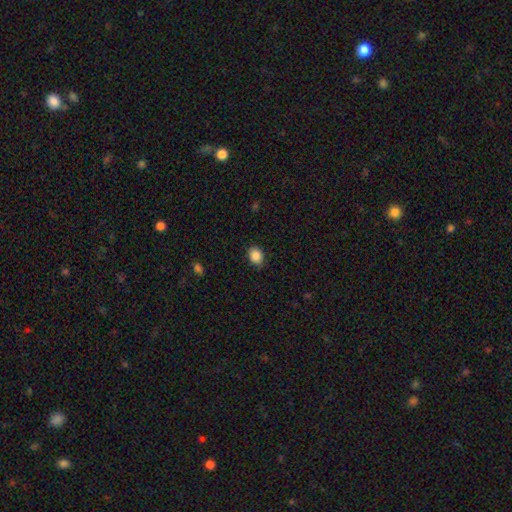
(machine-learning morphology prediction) Smooth or featured: smooth — 87% (star or artifact — 9%)
How rounded: in between — 57% (round — 42%)
Merging: none — 85% (minor disturbance — 12%)